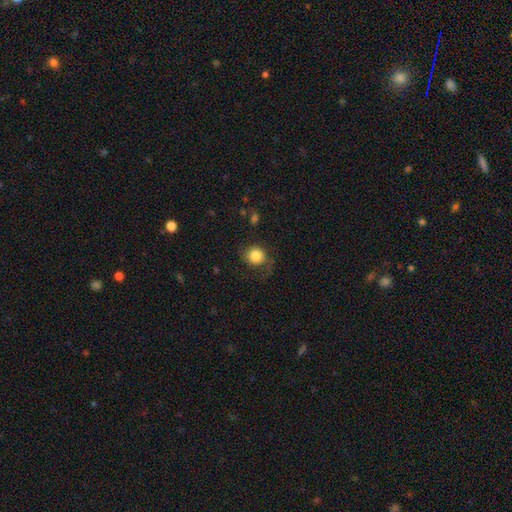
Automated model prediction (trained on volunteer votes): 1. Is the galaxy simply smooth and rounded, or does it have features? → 81% smooth, 10% featured or disk, 9% star or artifact.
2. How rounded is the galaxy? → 80% round, 19% in between, 1% cigar-shaped.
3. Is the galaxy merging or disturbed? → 59% none, 23% minor disturbance, 16% major disturbance, 2% merger.